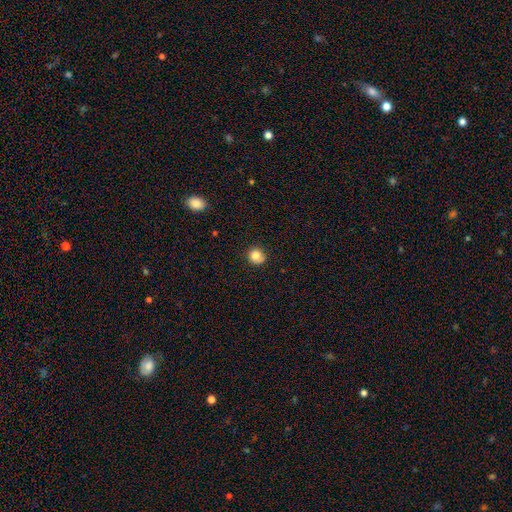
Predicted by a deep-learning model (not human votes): This appears to be a smooth galaxy with no disk features (82%) that is round (87%). Merging: none (82%).